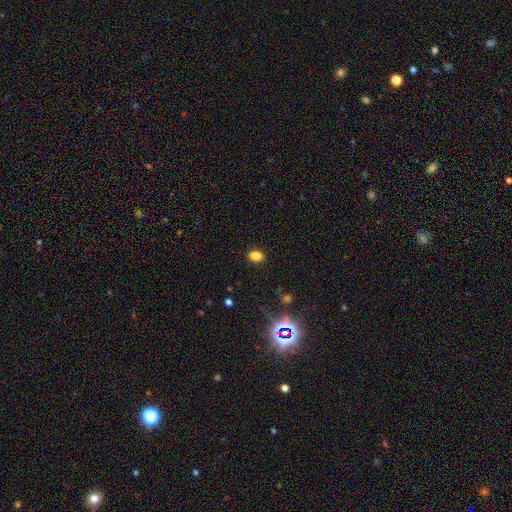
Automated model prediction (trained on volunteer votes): Morphology: type=smooth (83%); roundness=in between (72%); merging=none (88%).